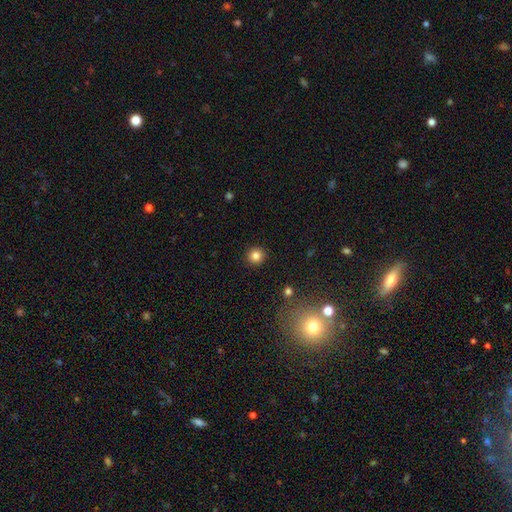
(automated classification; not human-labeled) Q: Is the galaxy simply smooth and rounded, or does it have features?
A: smooth — 83%.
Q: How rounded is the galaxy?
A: round — 94%.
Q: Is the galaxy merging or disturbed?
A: none — 92%.